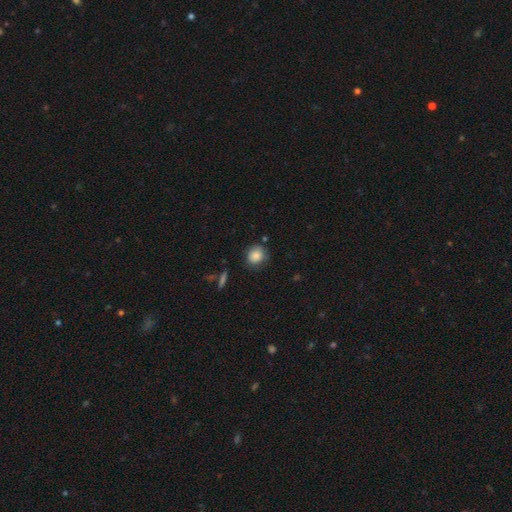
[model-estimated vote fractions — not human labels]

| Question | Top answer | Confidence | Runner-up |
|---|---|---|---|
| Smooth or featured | smooth | 85% | star or artifact (9%) |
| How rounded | round | 79% | in between (19%) |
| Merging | none | 78% | minor disturbance (16%) |